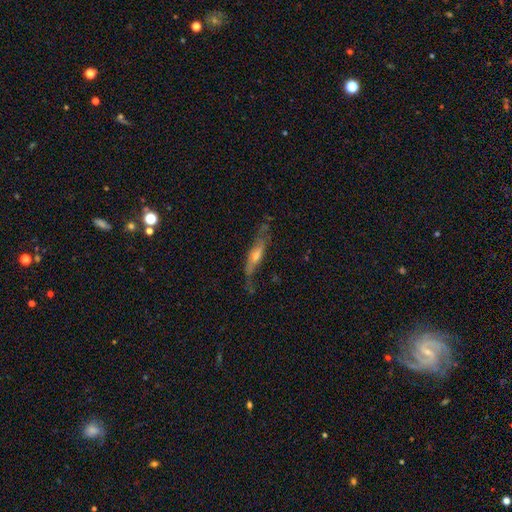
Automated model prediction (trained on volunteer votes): A featured or disk galaxy (65%) viewed edge-on (54%).

Vote fractions:
- Smooth or featured? featured or disk: 65% / smooth: 27% / star or artifact: 8%
- Edge-on disk? yes: 54% / no: 46%
- Merging? none: 55% / minor disturbance: 25% / major disturbance: 17% / merger: 3%